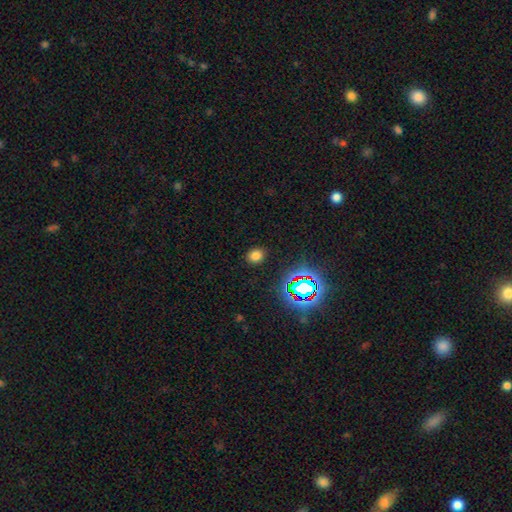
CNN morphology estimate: Smooth or featured: smooth — 73% (star or artifact — 21%)
How rounded: round — 59% (in between — 40%)
Merging: none — 88% (minor disturbance — 8%)